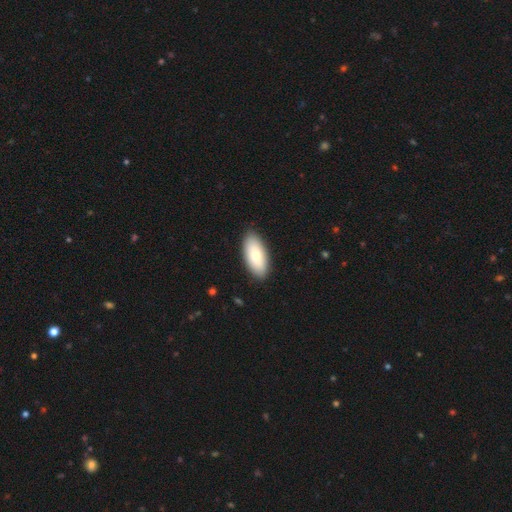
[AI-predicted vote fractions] A smooth galaxy with no disk features (78%) that is in between round and cigar-shaped (90%). Merging: none (89%).